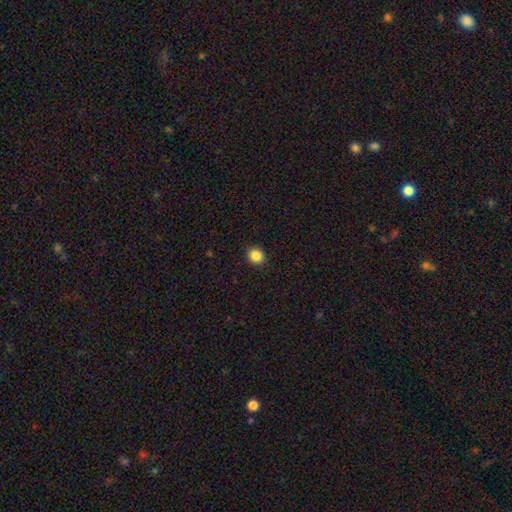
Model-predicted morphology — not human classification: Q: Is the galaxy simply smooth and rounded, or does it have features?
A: smooth — 86%.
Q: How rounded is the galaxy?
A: round — 82%.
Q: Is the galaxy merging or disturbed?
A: none — 92%.